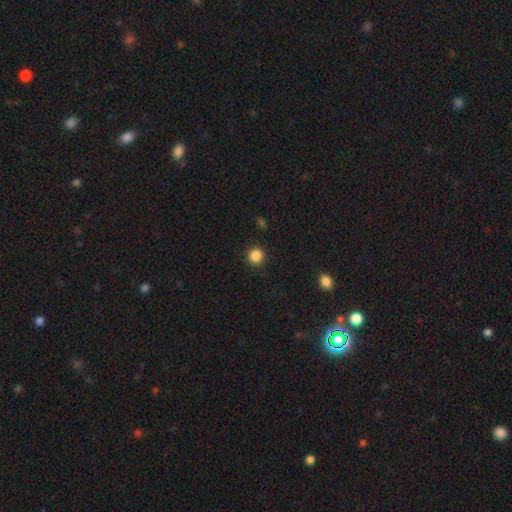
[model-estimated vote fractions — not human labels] Smooth or featured?
  - smooth: 86% *
  - star or artifact: 11%
  - featured or disk: 3%
How rounded?
  - round: 95% *
  - in between: 4%
  - cigar-shaped: 1%
Merging?
  - none: 92% *
  - minor disturbance: 5%
  - major disturbance: 2%
  - merger: 1%